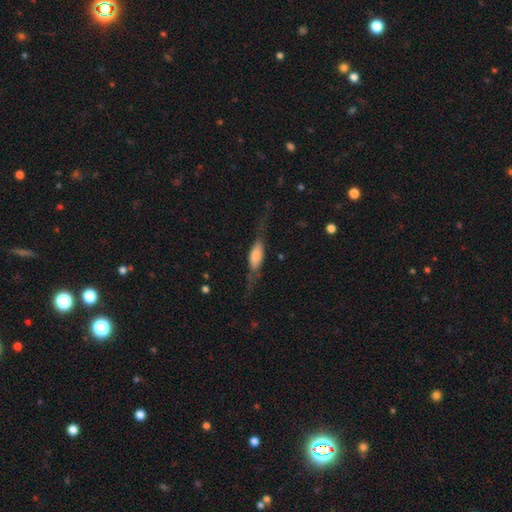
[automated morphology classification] Overall: smooth (47%; featured or disk 46%). Merging: none (57%; minor disturbance 22%).